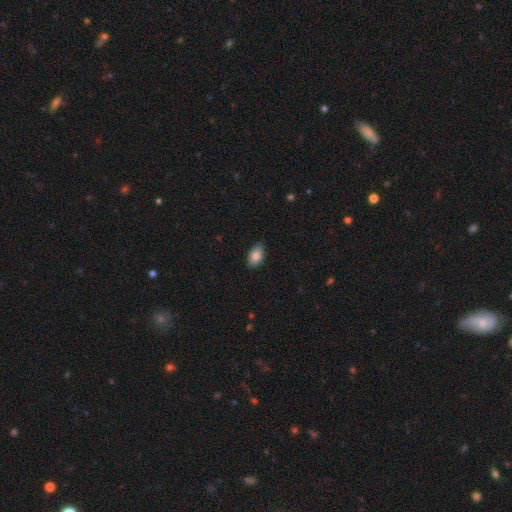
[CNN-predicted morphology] A smooth galaxy with no disk features (83%) that is in between round and cigar-shaped (92%).

Vote fractions:
- Smooth or featured? smooth: 83% / featured or disk: 10% / star or artifact: 7%
- How rounded? in between: 92% / round: 6% / cigar-shaped: 2%
- Merging? none: 83% / minor disturbance: 14% / major disturbance: 2% / merger: 1%